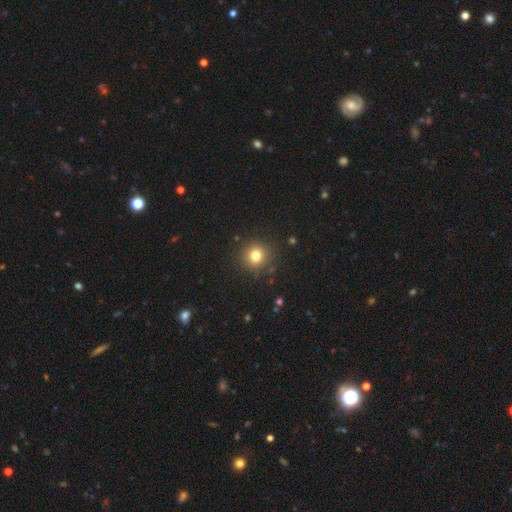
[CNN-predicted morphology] A smooth galaxy with no disk features (79%) that is round (92%). Merging: none (88%).